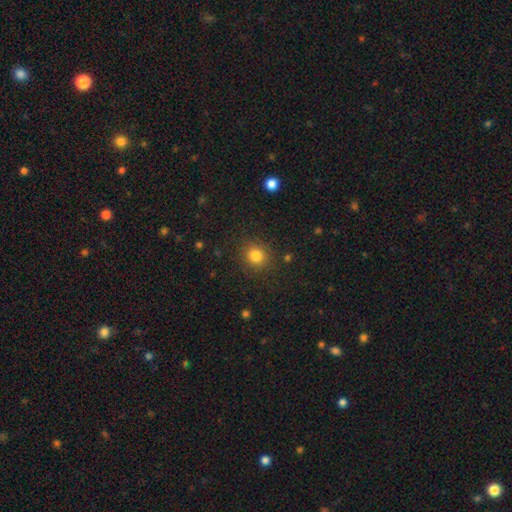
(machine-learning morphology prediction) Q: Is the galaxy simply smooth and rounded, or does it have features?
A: smooth — 82%.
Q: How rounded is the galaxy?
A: round — 87%.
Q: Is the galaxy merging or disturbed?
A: none — 87%.